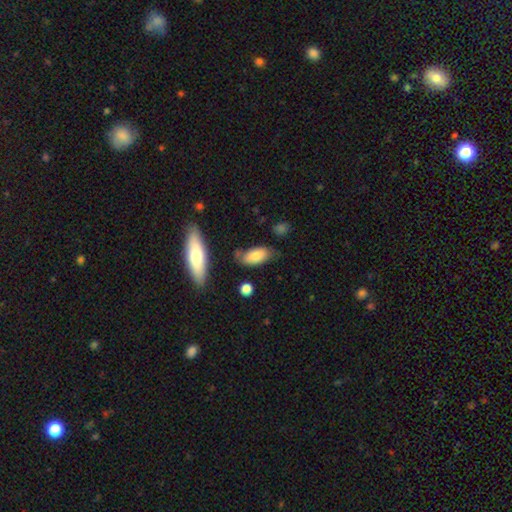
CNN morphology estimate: smooth 79%, featured or disk 14%, star or artifact 6%. Down the decision tree: how rounded — in between (87%); merging — none (67%).